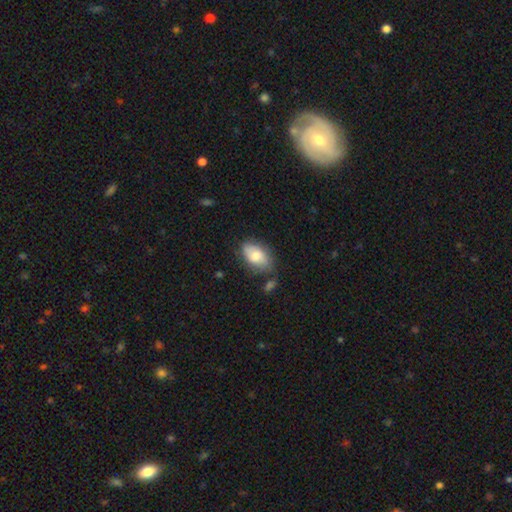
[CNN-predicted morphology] A smooth galaxy with no disk features (76%) that is in between round and cigar-shaped (92%).

Vote fractions:
- Smooth or featured? smooth: 76% / featured or disk: 17% / star or artifact: 7%
- How rounded? in between: 92% / round: 6% / cigar-shaped: 2%
- Merging? none: 68% / minor disturbance: 22% / major disturbance: 5% / merger: 5%